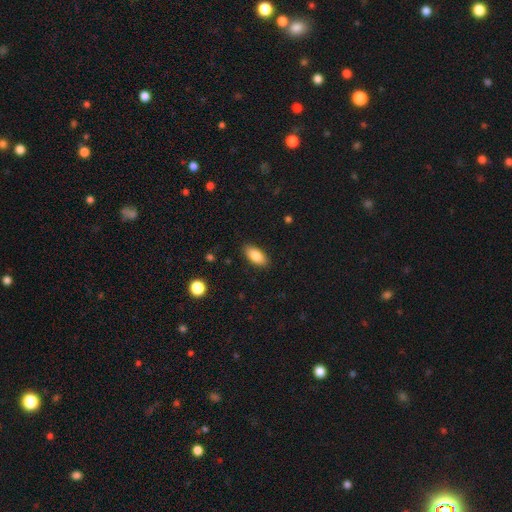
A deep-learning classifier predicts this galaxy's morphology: type=smooth (85%); roundness=in between (88%); merging=none (87%).